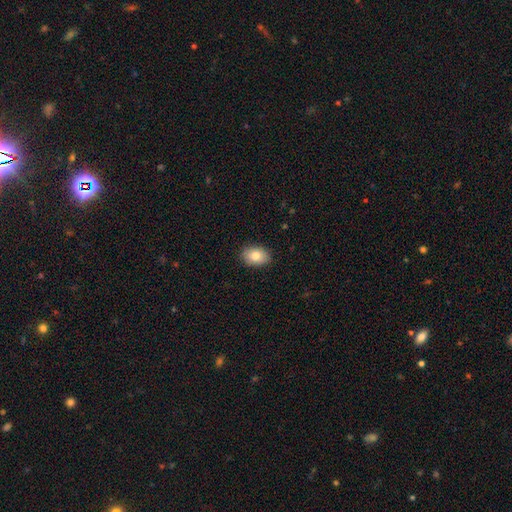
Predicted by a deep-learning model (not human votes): Overall: smooth (82%). How rounded: in between (81%). Merging: none (89%).